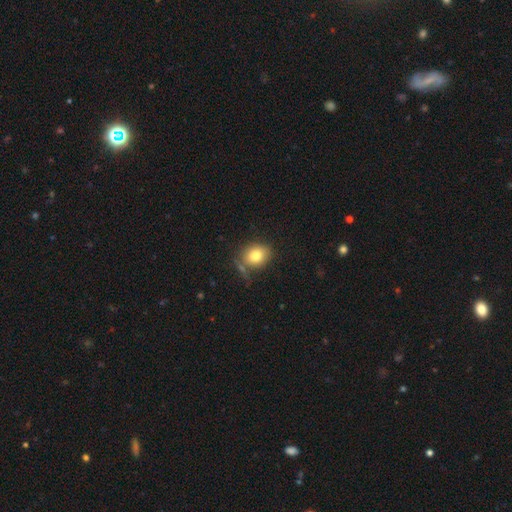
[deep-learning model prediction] A smooth galaxy with no disk features (79%) that is round (55%).

Vote fractions:
- Smooth or featured? smooth: 79% / featured or disk: 11% / star or artifact: 10%
- How rounded? round: 55% / in between: 44% / cigar-shaped: 1%
- Merging? none: 68% / minor disturbance: 17% / merger: 10% / major disturbance: 6%